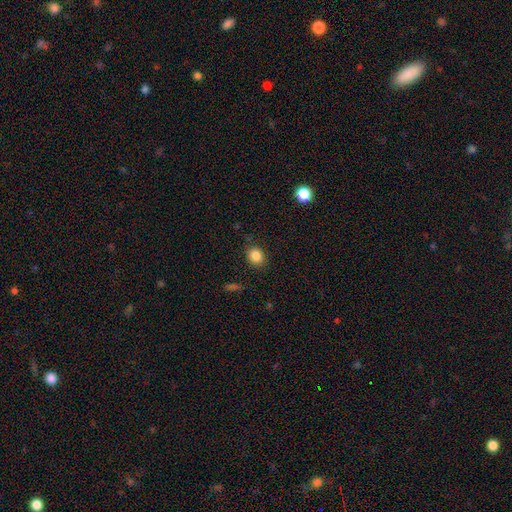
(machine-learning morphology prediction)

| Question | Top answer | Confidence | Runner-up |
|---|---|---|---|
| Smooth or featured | smooth | 85% | star or artifact (10%) |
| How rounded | round | 64% | in between (35%) |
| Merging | none | 87% | minor disturbance (9%) |